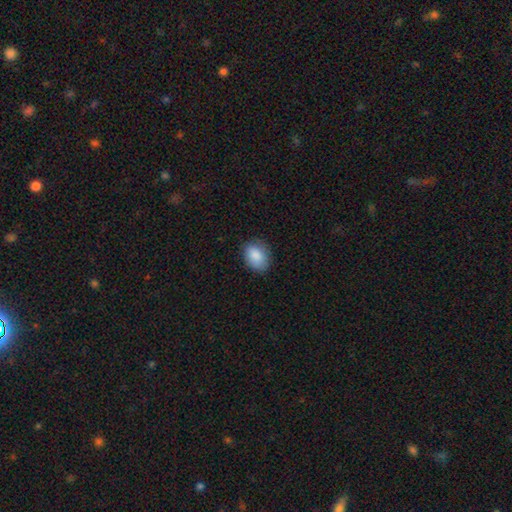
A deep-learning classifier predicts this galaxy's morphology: smooth 88%, star or artifact 7%, featured or disk 5%. Down the decision tree: how rounded — in between (75%); merging — none (79%).